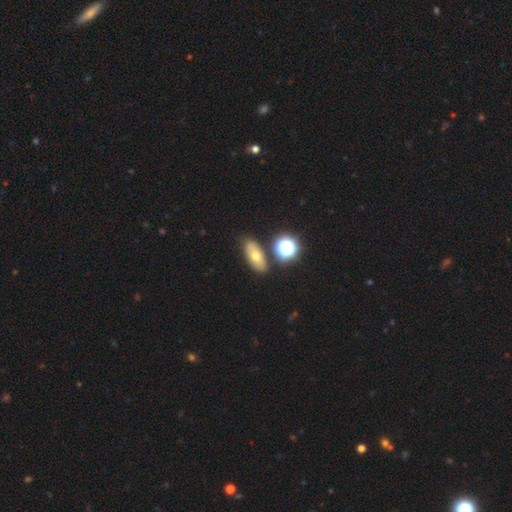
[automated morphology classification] This is likely a smooth galaxy (62%). How rounded: likely in between (76%). Merging: likely none (79%).